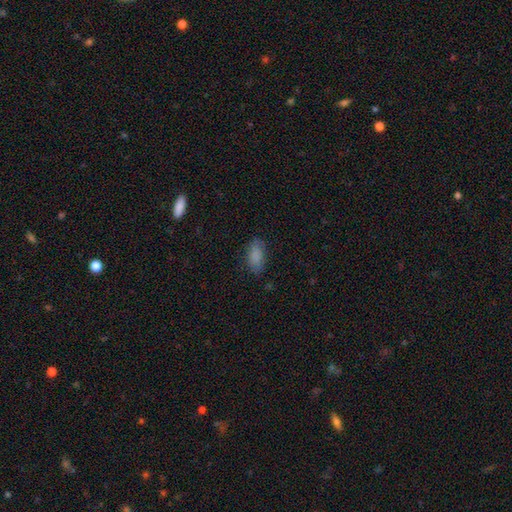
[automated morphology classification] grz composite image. It shows a smooth galaxy with no disk features (85%) that is in between round and cigar-shaped (88%). Merging: none (77%).